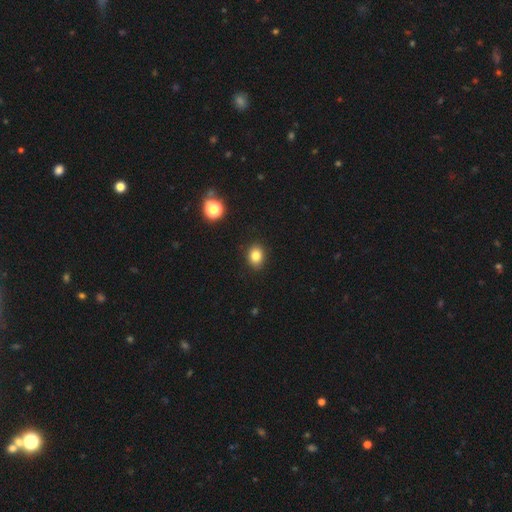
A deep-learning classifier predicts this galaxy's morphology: A smooth galaxy with no disk features (83%) that is in between round and cigar-shaped (50%).

Vote fractions:
- Smooth or featured? smooth: 83% / star or artifact: 12% / featured or disk: 6%
- How rounded? in between: 50% / round: 49% / cigar-shaped: 1%
- Merging? none: 89% / minor disturbance: 8% / major disturbance: 2% / merger: 1%